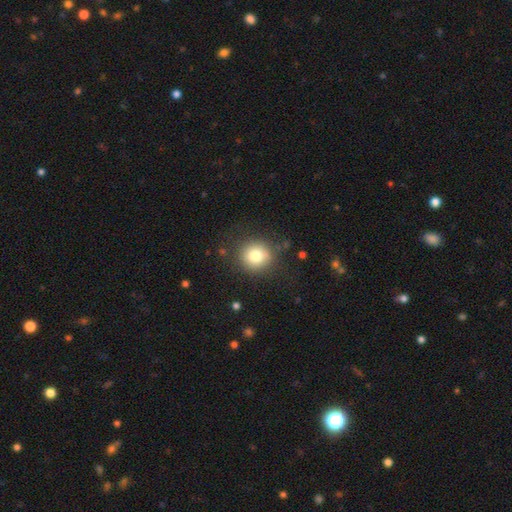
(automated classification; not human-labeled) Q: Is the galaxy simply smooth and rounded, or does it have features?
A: smooth — 80%.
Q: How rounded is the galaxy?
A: round — 90%.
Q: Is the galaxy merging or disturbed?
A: none — 84%.